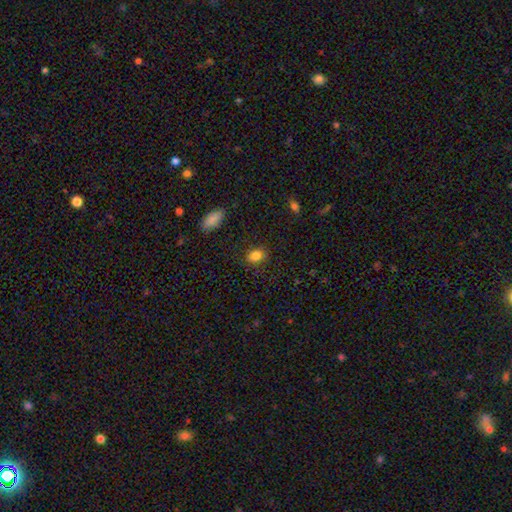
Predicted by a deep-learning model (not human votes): Smooth or featured? smooth (84%)
How rounded? in between (64%)
Merging? none (86%)